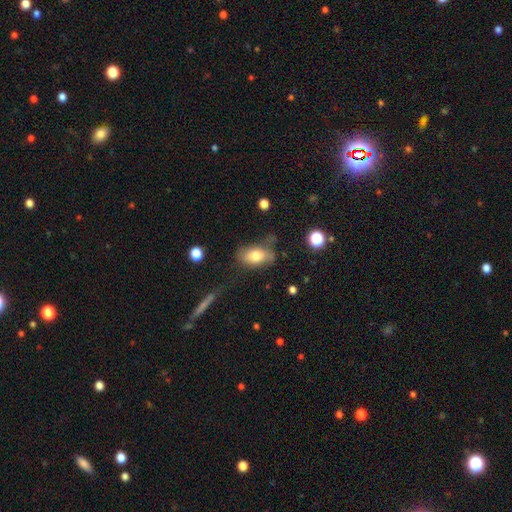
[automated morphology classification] Smooth or featured? Predicted: smooth (p=0.73). How rounded? Predicted: in between (p=0.88). Merging? Predicted: none (p=0.54).